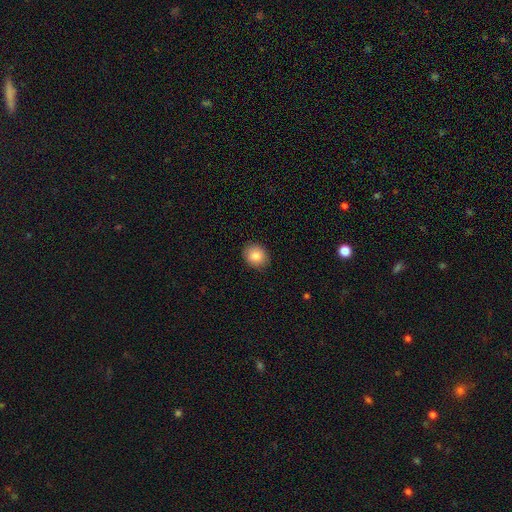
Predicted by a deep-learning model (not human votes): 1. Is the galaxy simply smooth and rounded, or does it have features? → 85% smooth, 8% star or artifact, 7% featured or disk.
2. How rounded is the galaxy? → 66% round, 34% in between, 1% cigar-shaped.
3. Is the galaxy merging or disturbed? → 89% none, 8% minor disturbance, 2% major disturbance, 1% merger.